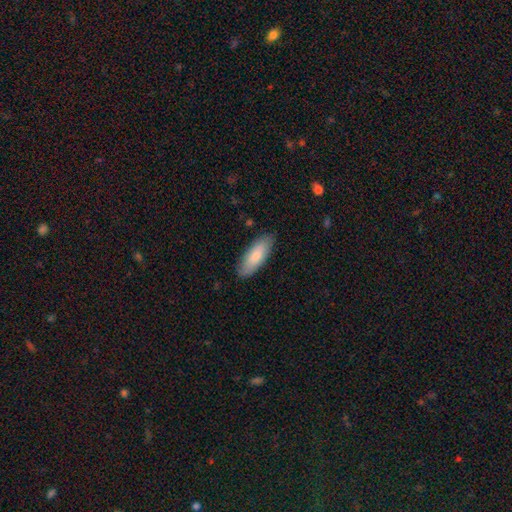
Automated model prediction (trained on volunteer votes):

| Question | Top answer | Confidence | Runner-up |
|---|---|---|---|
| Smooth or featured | smooth | 82% | featured or disk (13%) |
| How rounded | in between | 67% | cigar-shaped (31%) |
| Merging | none | 86% | minor disturbance (11%) |